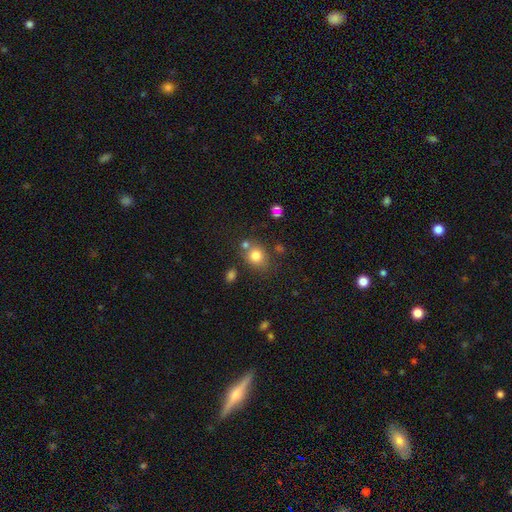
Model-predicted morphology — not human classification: Smooth or featured?
  - smooth: 78% *
  - star or artifact: 12%
  - featured or disk: 10%
How rounded?
  - round: 64% *
  - in between: 35%
  - cigar-shaped: 1%
Merging?
  - none: 65% *
  - merger: 17%
  - minor disturbance: 14%
  - major disturbance: 5%